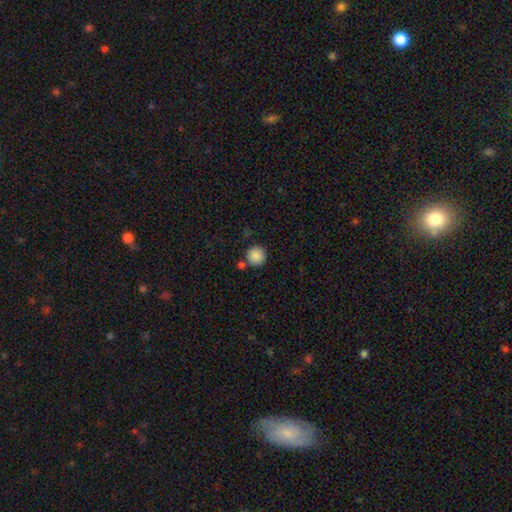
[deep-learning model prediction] A smooth galaxy with no disk features (88%) that is round (94%). Merging: none (76%).